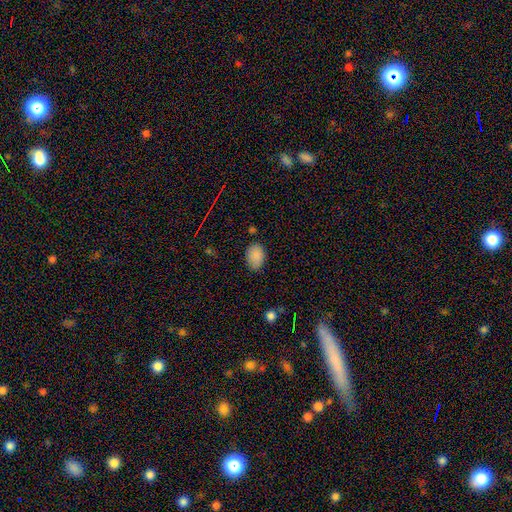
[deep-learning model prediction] Smooth or featured?
  - smooth: 87% *
  - star or artifact: 9%
  - featured or disk: 4%
How rounded?
  - in between: 80% *
  - round: 19%
  - cigar-shaped: 1%
Merging?
  - none: 77% *
  - minor disturbance: 18%
  - major disturbance: 3%
  - merger: 2%